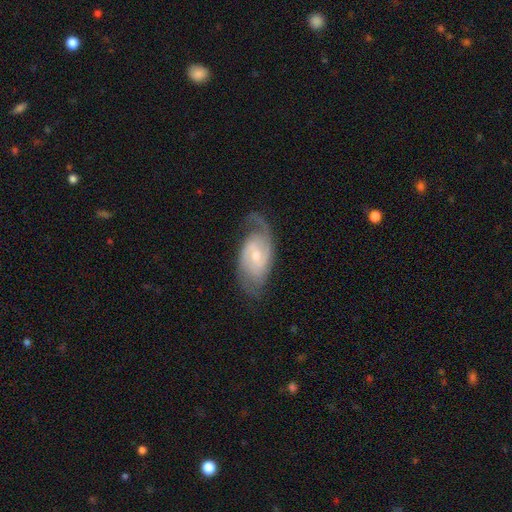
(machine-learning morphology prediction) Q: Smooth or featured?
A: featured or disk (87%); runner-up: smooth (9%)
Q: Edge-on disk?
A: no (96%); runner-up: yes (4%)
Q: Bar?
A: weak (53%); runner-up: no (36%)
Q: Spiral arms?
A: yes (97%); runner-up: no (3%)
Q: Spiral winding?
A: medium (47%); runner-up: tight (37%)
Q: Spiral arm count?
A: 2 (74%); runner-up: can't tell (10%)
Q: Bulge size?
A: small (53%); runner-up: moderate (43%)
Q: Merging?
A: none (70%); runner-up: minor disturbance (19%)